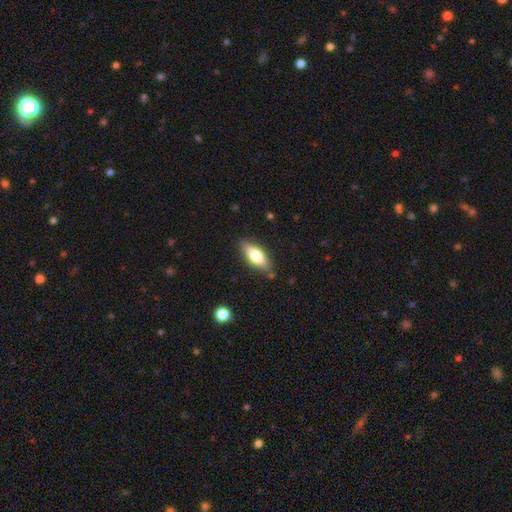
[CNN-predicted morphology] Smooth or featured? Predicted: smooth (p=0.63). How rounded? Predicted: in between (p=0.68). Merging? Predicted: none (p=0.82).